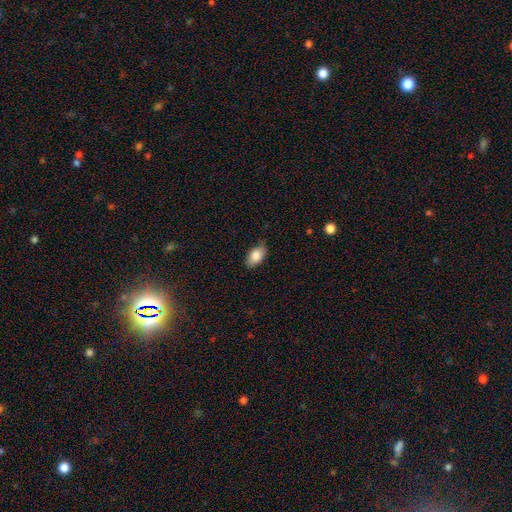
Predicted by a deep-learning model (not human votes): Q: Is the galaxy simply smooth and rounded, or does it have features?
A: smooth — 83%.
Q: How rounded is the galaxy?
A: in between — 91%.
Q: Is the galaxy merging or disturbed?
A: none — 80%.